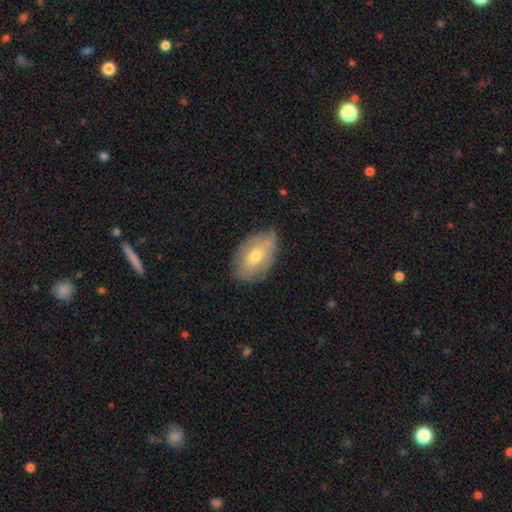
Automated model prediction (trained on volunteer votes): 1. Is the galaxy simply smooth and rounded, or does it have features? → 56% smooth, 38% featured or disk, 7% star or artifact.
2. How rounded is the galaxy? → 90% in between, 8% round, 2% cigar-shaped.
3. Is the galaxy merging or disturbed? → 67% none, 26% minor disturbance, 5% major disturbance, 2% merger.